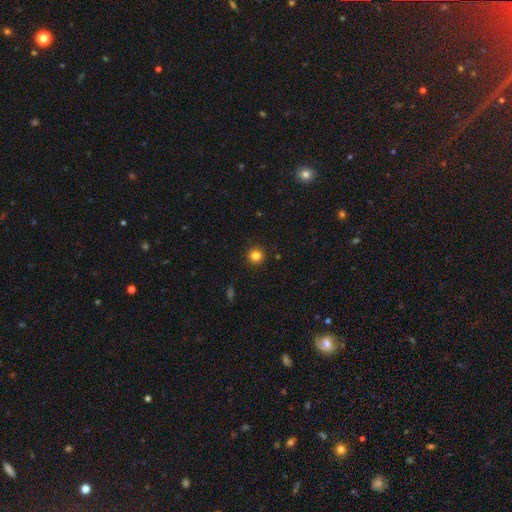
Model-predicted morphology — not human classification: Smooth or featured: smooth — 83% (star or artifact — 12%)
How rounded: round — 94% (in between — 5%)
Merging: none — 92% (minor disturbance — 5%)